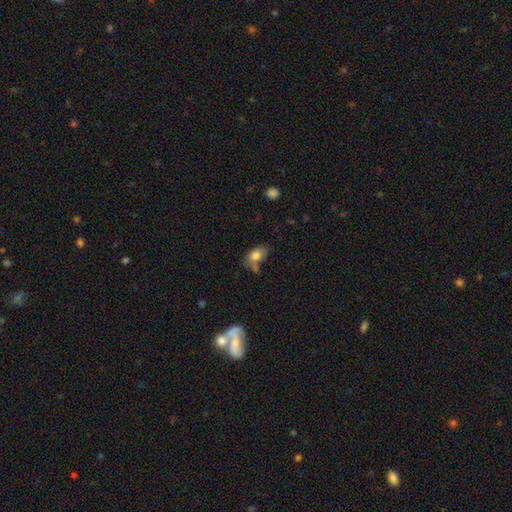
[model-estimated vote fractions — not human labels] smooth 79%, featured or disk 13%, star or artifact 8%. Down the decision tree: how rounded — in between (87%); merging — none (54%).